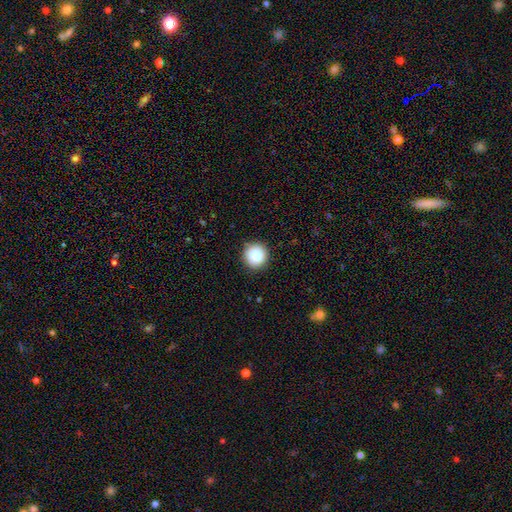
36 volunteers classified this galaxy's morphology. Smooth or featured?
  - smooth: 92% *
  - featured or disk: 6%
  - star or artifact: 3%
How rounded?
  - round: 91% *
  - in between: 9%
  - cigar-shaped: 0%
Merging?
  - none: 94% *
  - minor disturbance: 3%
  - major disturbance: 3%
  - merger: 0%